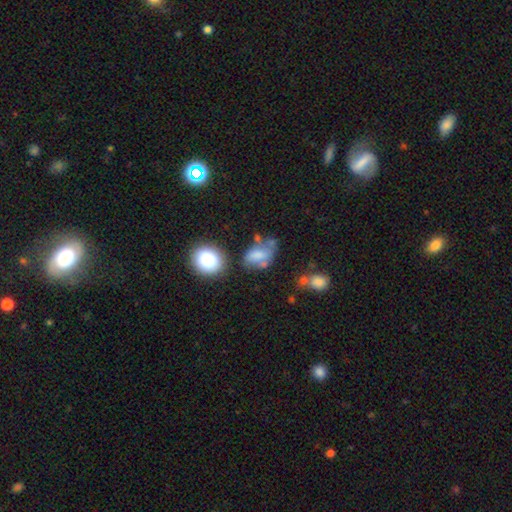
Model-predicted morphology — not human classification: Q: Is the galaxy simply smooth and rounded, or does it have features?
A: smooth — 60%.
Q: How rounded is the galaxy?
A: in between — 76%.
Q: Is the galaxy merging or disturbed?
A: none — 43%.